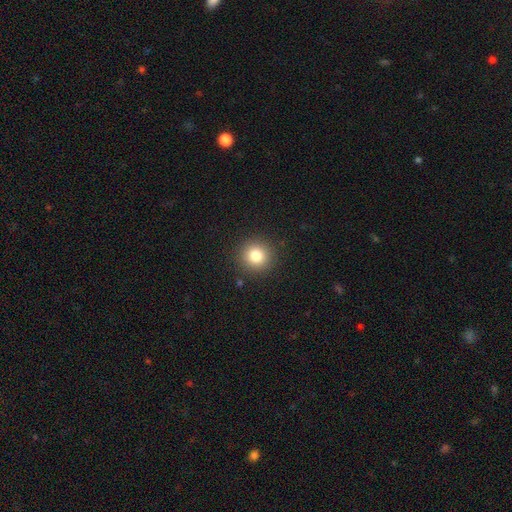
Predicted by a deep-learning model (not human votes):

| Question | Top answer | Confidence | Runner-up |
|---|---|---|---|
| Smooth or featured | smooth | 82% | star or artifact (11%) |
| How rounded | round | 94% | in between (5%) |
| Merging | none | 90% | minor disturbance (6%) |